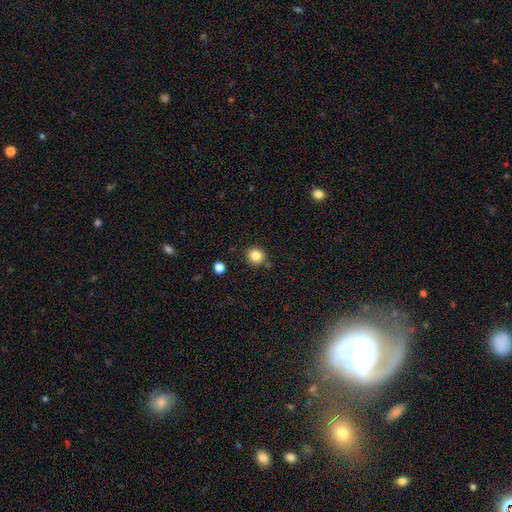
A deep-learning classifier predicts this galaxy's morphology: type=smooth (85%); roundness=round (89%); merging=none (85%).